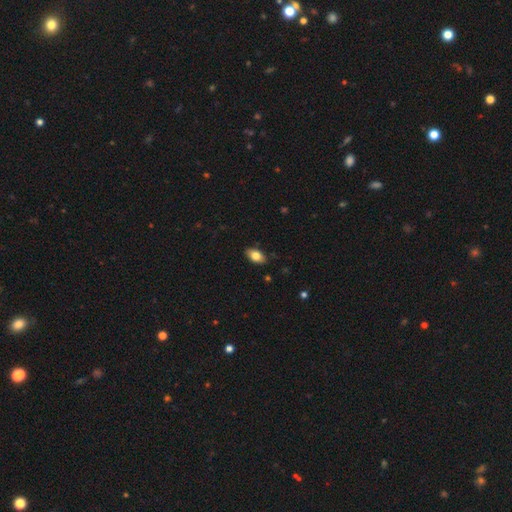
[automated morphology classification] smooth 81%, featured or disk 12%, star or artifact 7%. Down the decision tree: how rounded — in between (91%); merging — none (86%).